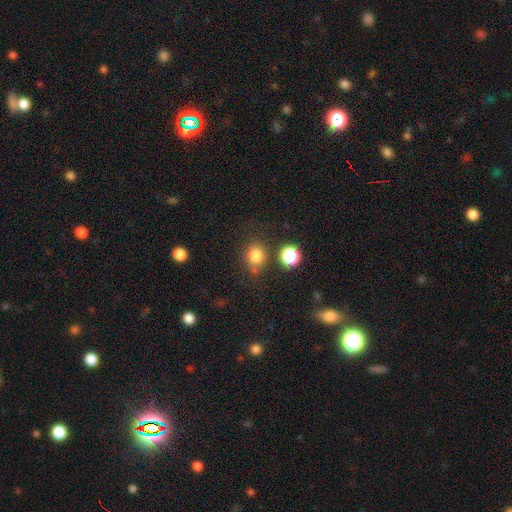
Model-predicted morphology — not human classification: The model was most divided on "how rounded": round: 75%, in between: 24%, cigar-shaped: 1%. More confident: smooth or featured — smooth (80%); merging — none (71%).